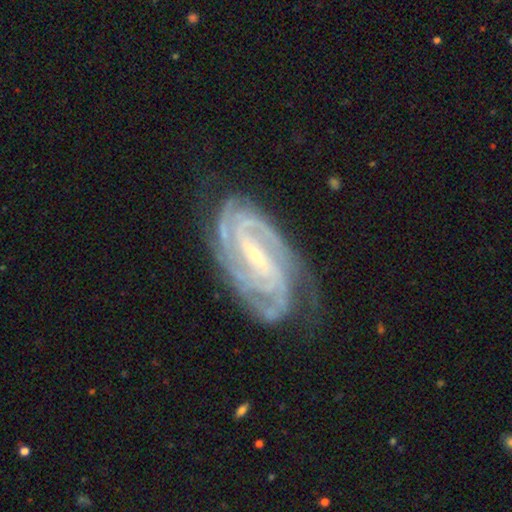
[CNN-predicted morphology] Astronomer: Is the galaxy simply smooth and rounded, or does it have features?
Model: featured or disk — 92%.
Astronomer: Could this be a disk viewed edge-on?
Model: no — 96%.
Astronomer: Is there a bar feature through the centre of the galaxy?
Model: strong — 50% (runner-up: weak, 36%).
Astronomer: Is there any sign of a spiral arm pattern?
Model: yes — 98%.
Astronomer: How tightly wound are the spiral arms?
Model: tight — 68%.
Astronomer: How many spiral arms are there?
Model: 3 — 26%, tied with 2 at 26%.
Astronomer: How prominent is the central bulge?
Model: small — 73%.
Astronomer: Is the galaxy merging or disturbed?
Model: none — 73%.